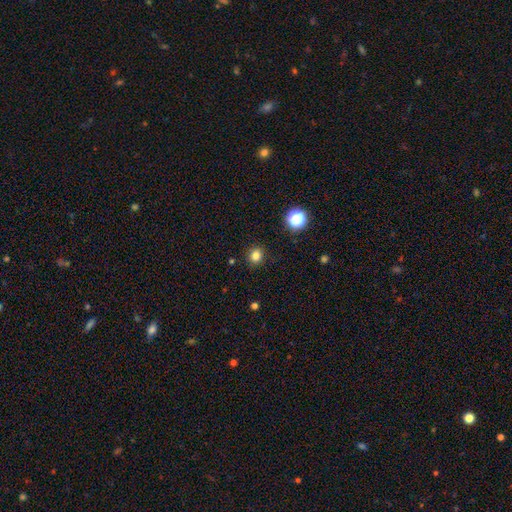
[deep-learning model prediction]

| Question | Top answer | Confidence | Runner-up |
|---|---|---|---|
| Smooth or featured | smooth | 82% | star or artifact (14%) |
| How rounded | round | 80% | in between (19%) |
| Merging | none | 90% | minor disturbance (7%) |